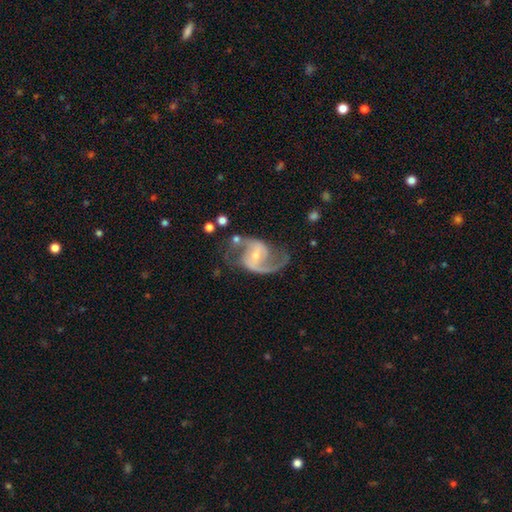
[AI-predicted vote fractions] Smooth or featured: featured or disk — 89% (smooth — 6%)
Edge-on disk: no — 98% (yes — 2%)
Bar: weak — 49% (strong — 28%)
Spiral arms: yes — 96% (no — 4%)
Spiral winding: medium — 47% (loose — 45%)
Spiral arm count: 2 — 90% (1 — 4%)
Bulge size: small — 61% (moderate — 31%)
Merging: none — 65% (minor disturbance — 17%)